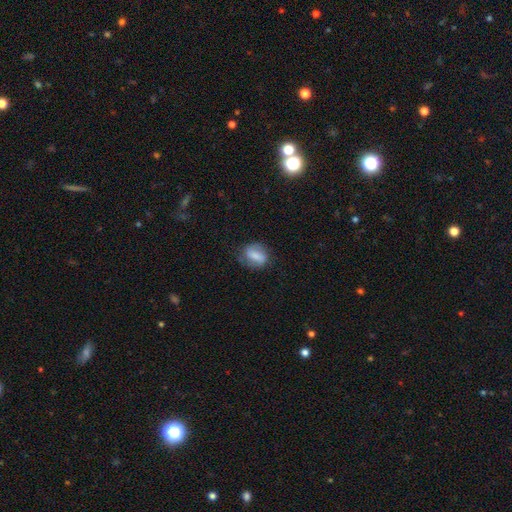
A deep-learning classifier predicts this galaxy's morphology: type=smooth (53%); roundness=in between (62%); merging=none (72%).